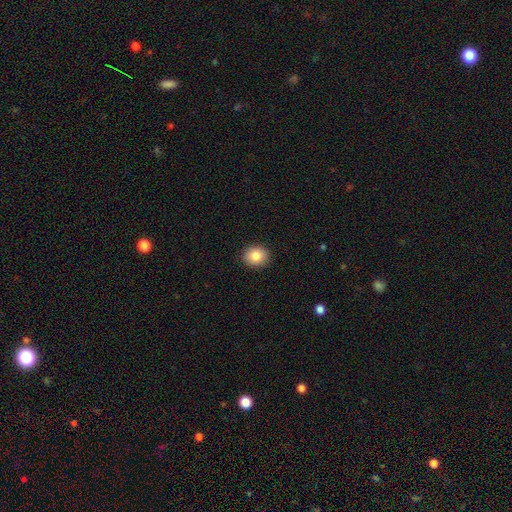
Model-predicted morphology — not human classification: Smooth or featured: smooth — 83% (star or artifact — 9%)
How rounded: round — 70% (in between — 29%)
Merging: none — 91% (minor disturbance — 6%)